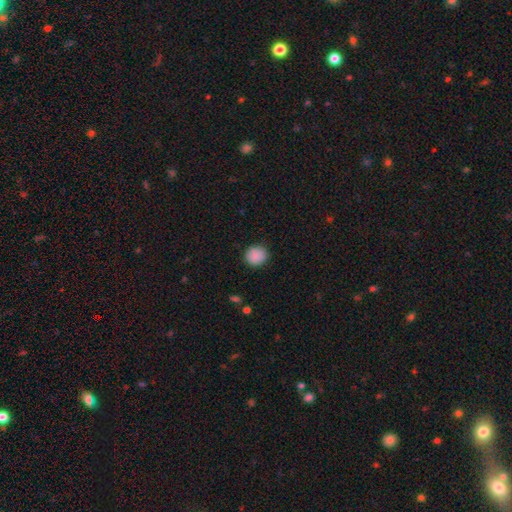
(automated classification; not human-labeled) Smooth or featured?
  - smooth: 87% *
  - star or artifact: 8%
  - featured or disk: 5%
How rounded?
  - round: 81% *
  - in between: 18%
  - cigar-shaped: 1%
Merging?
  - none: 87% *
  - minor disturbance: 10%
  - major disturbance: 2%
  - merger: 1%